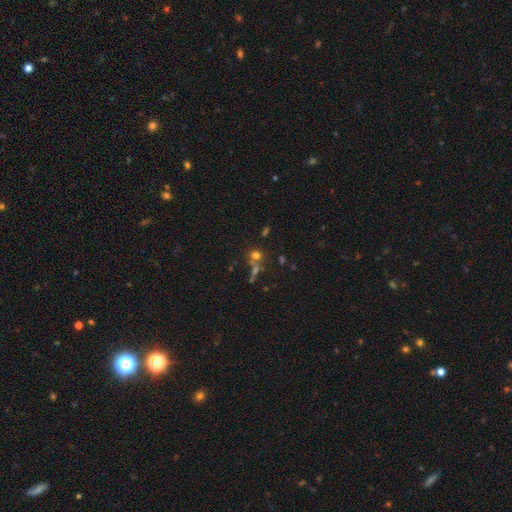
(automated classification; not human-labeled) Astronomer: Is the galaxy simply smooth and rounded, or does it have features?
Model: smooth — 59%.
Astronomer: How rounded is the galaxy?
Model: round — 84%.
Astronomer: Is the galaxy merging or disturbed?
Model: none — 53% (runner-up: merger, 31%).